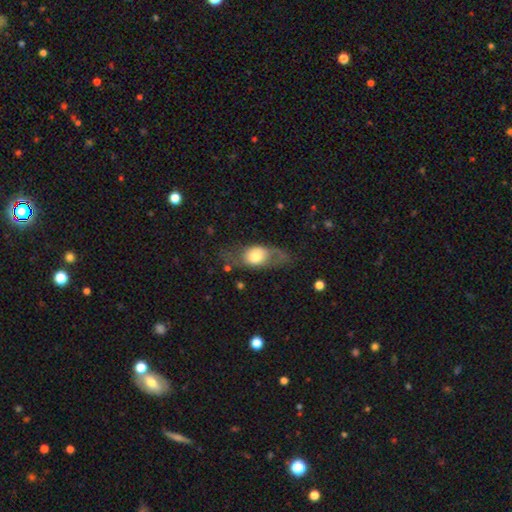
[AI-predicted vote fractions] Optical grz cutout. It shows a smooth galaxy with no disk features (52%) that is in between round and cigar-shaped (68%). Merging: none (55%).